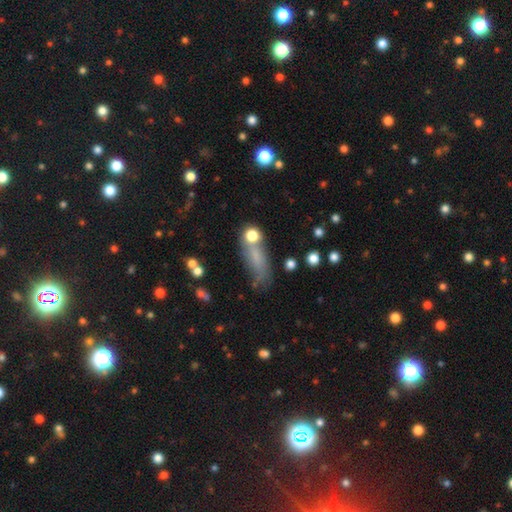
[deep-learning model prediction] This appears to be a smooth galaxy with no disk features (66%) that is in between round and cigar-shaped (54%). Merging: none (52%).